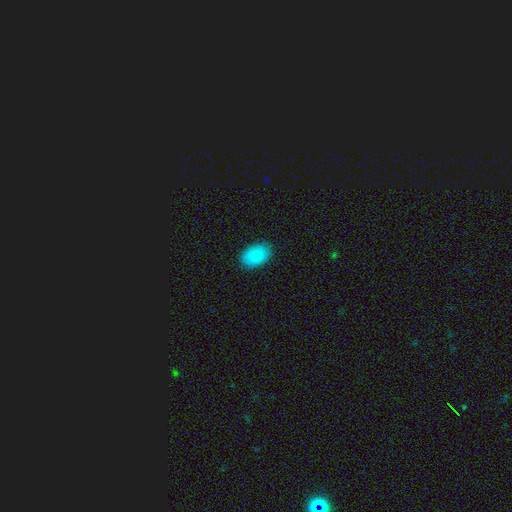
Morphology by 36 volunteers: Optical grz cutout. It shows a smooth galaxy with no disk features (94%) that is in between round and cigar-shaped (88%). Merging: none (89%).